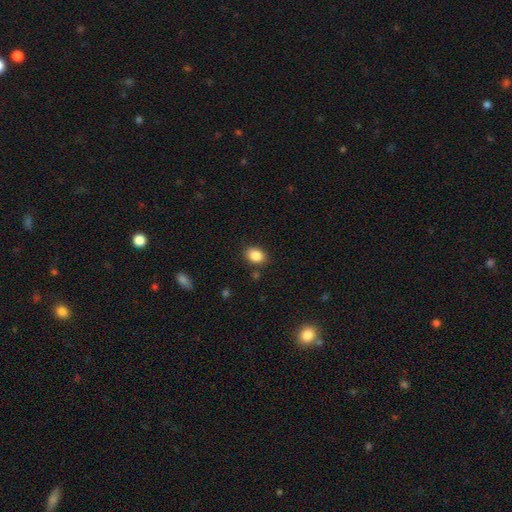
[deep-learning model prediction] smooth 87%, star or artifact 9%, featured or disk 5%. Down the decision tree: how rounded — in between (68%); merging — none (84%).